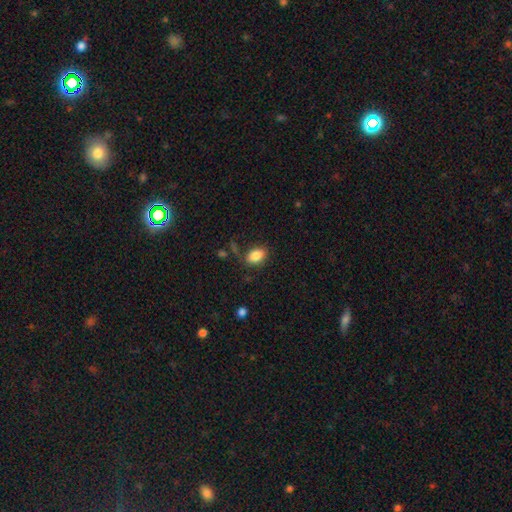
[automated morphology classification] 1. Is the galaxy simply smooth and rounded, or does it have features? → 86% smooth, 8% star or artifact, 6% featured or disk.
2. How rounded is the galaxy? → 88% in between, 10% round, 2% cigar-shaped.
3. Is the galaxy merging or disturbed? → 78% none, 14% minor disturbance, 5% major disturbance, 4% merger.